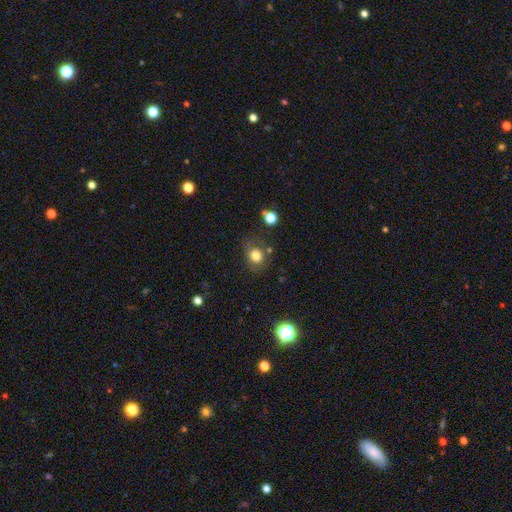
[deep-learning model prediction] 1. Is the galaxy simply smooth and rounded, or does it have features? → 79% smooth, 13% star or artifact, 9% featured or disk.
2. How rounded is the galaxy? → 70% round, 29% in between, 1% cigar-shaped.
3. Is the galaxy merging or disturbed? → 69% none, 18% minor disturbance, 8% major disturbance, 5% merger.